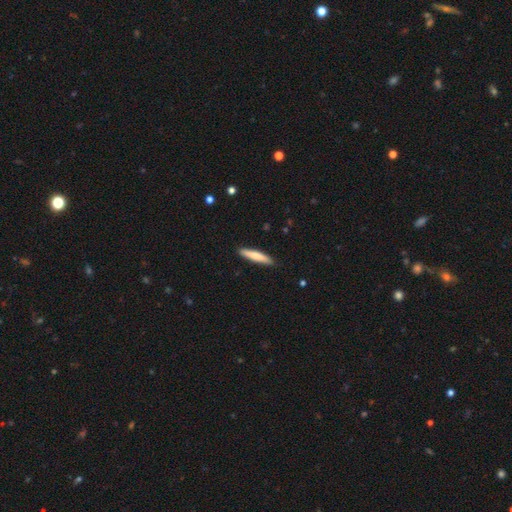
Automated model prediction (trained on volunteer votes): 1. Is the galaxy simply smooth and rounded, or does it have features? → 74% smooth, 21% featured or disk, 5% star or artifact.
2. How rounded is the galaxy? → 88% cigar-shaped, 10% in between, 1% round.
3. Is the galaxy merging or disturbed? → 89% none, 9% minor disturbance, 2% major disturbance, 1% merger.